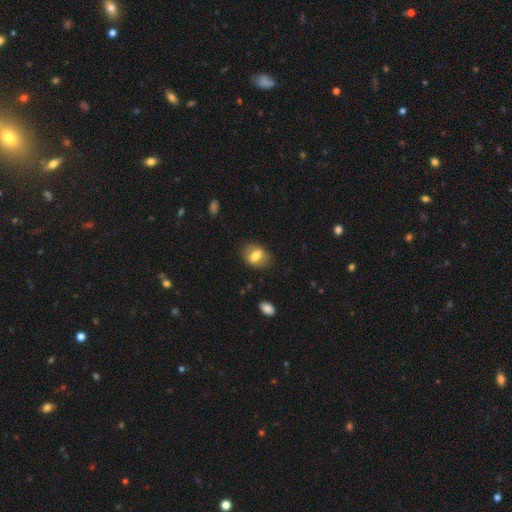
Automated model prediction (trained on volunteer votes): Overall: smooth (69%). How rounded: in between (65%; round 33%). Merging: none (82%).